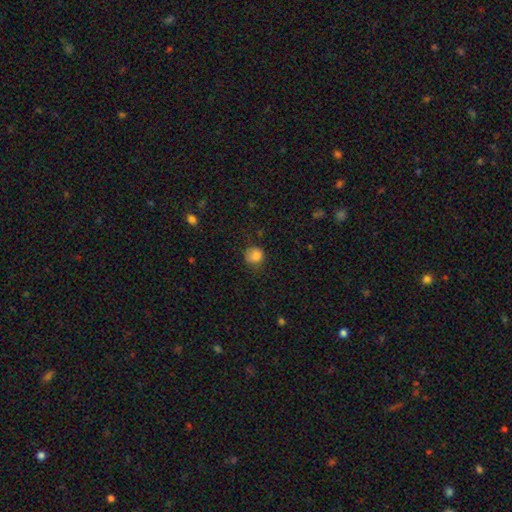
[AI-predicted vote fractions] The model was most divided on "merging": none: 66%, minor disturbance: 24%, major disturbance: 8%, merger: 1%. More confident: smooth or featured — smooth (85%); how rounded — round (83%).